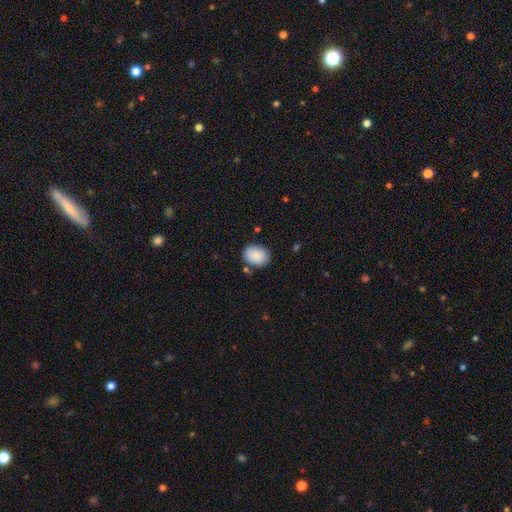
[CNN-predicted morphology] A smooth galaxy with no disk features (89%) that is in between round and cigar-shaped (69%).

Vote fractions:
- Smooth or featured? smooth: 89% / star or artifact: 7% / featured or disk: 4%
- How rounded? in between: 69% / round: 30% / cigar-shaped: 1%
- Merging? none: 79% / minor disturbance: 13% / merger: 4% / major disturbance: 3%